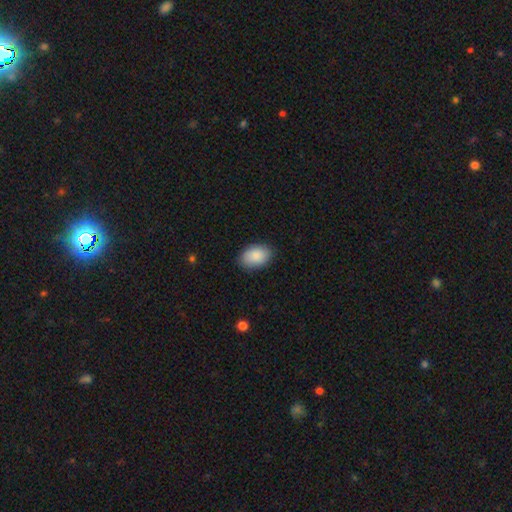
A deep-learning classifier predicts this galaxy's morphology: Smooth or featured?
  - smooth: 89% *
  - star or artifact: 6%
  - featured or disk: 5%
How rounded?
  - in between: 89% *
  - round: 10%
  - cigar-shaped: 1%
Merging?
  - none: 85% *
  - minor disturbance: 11%
  - major disturbance: 2%
  - merger: 1%